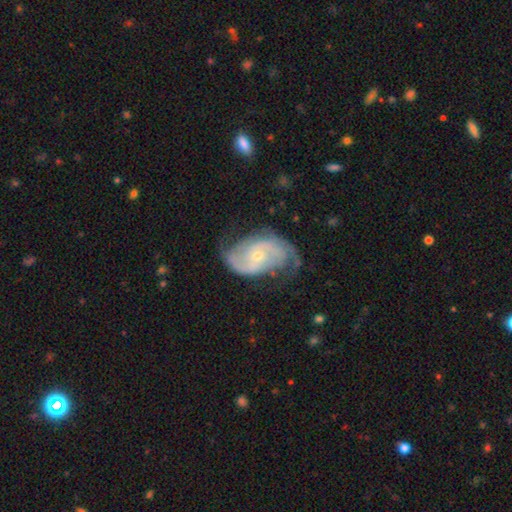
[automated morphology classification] Smooth or featured? featured or disk (85%)
Edge-on disk? no (97%)
Bar? no (58%)
Spiral arms? yes (95%)
Spiral winding? medium (46%)
Spiral arm count? 2 (82%)
Bulge size? small (67%)
Merging? none (63%)